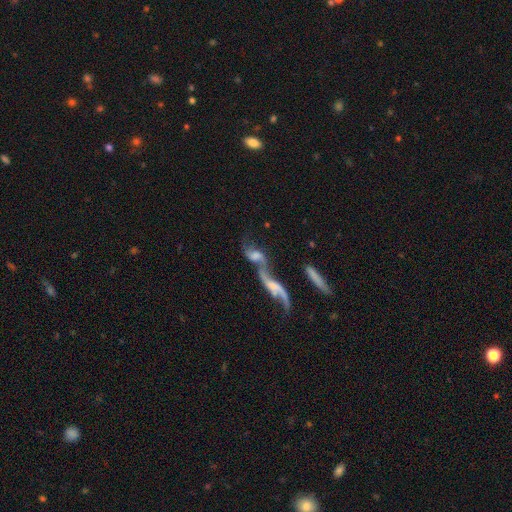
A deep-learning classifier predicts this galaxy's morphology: Smooth or featured: featured or disk — 63% (smooth — 28%)
Edge-on disk: no — 88% (yes — 12%)
Bar: no — 55% (weak — 34%)
Spiral arms: yes — 73% (no — 27%)
Bulge size: none — 35% (moderate — 26%)
Merging: merger — 72% (none — 12%)